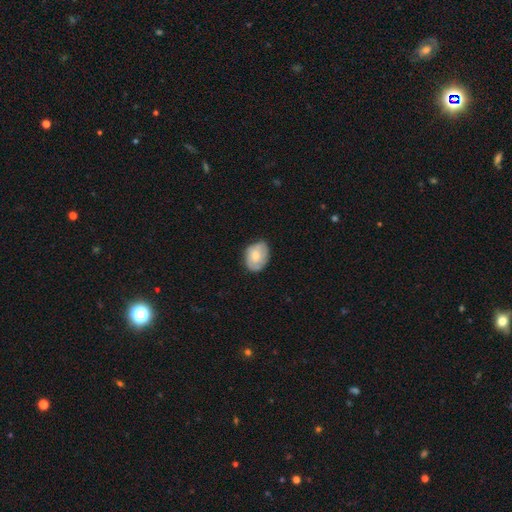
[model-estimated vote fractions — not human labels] A smooth galaxy with no disk features (58%) that is in between round and cigar-shaped (67%). Merging: none (71%).